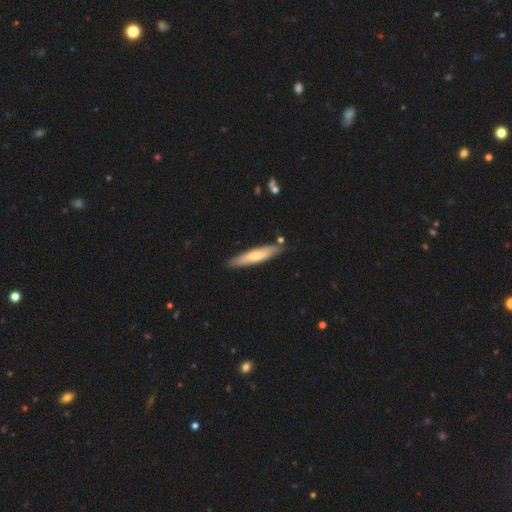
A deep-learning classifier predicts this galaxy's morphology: Smooth or featured?
  - smooth: 64% *
  - featured or disk: 31%
  - star or artifact: 5%
How rounded?
  - cigar-shaped: 86% *
  - in between: 13%
  - round: 1%
Merging?
  - none: 83% *
  - minor disturbance: 11%
  - merger: 3%
  - major disturbance: 2%